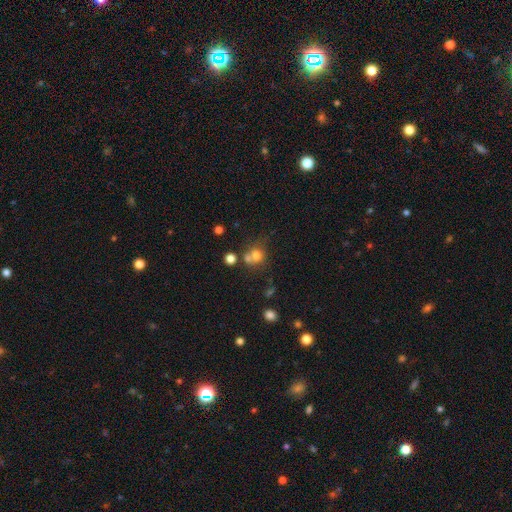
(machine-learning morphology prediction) smooth_or_featured: smooth (p=0.72) [alt: star or artifact p=0.15]
how_rounded: round (p=0.75) [alt: in between p=0.24]
merging: merger (p=0.41) [alt: none p=0.40]